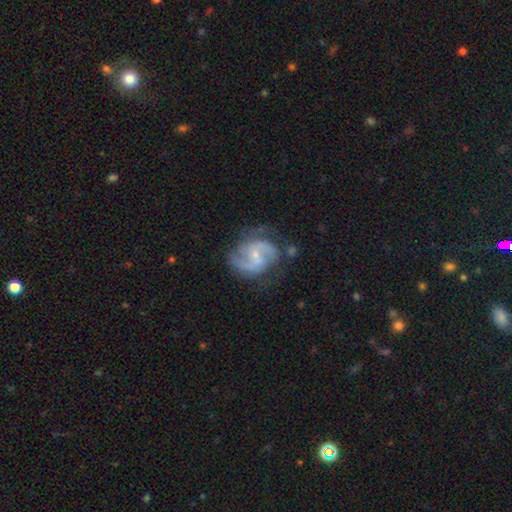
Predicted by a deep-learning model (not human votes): This is clearly a featured or disk galaxy (86%). It is clearly not viewed edge-on (98%). Bar: possibly weak (49%). Spiral arm pattern: clearly yes (96%). Spiral arm count: likely 2 (78%). Spiral winding: possibly medium (56%). Central bulge: likely small (69%). Merging: likely none (65%).